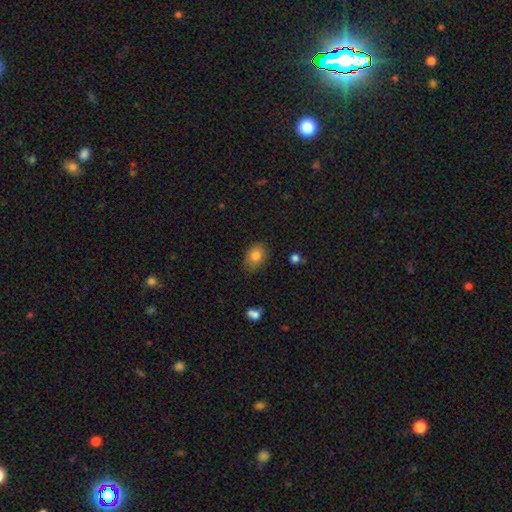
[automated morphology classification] Smooth or featured?
  - smooth: 82% *
  - star or artifact: 9%
  - featured or disk: 9%
How rounded?
  - in between: 64% *
  - round: 35%
  - cigar-shaped: 1%
Merging?
  - none: 81% *
  - minor disturbance: 15%
  - major disturbance: 3%
  - merger: 1%